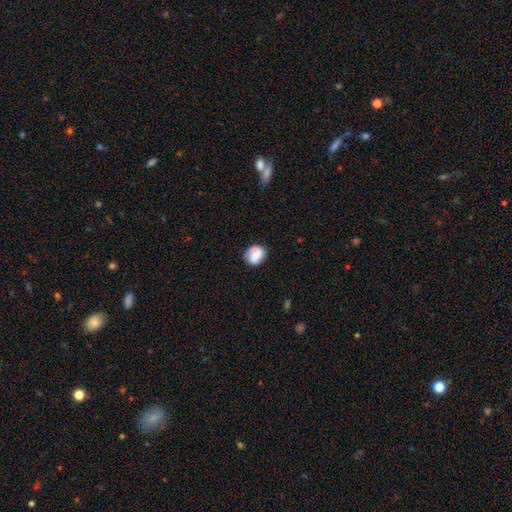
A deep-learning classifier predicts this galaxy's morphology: Smooth or featured? smooth (69%)
How rounded? round (61%)
Merging? none (57%)